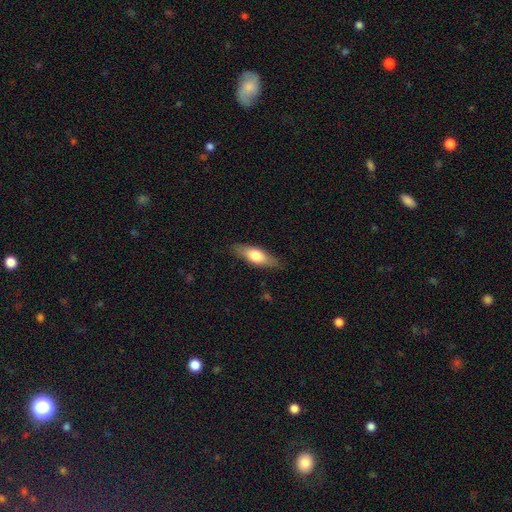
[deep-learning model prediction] Q: Smooth or featured?
A: smooth (64%); runner-up: featured or disk (30%)
Q: How rounded?
A: in between (58%); runner-up: cigar-shaped (39%)
Q: Merging?
A: none (83%); runner-up: minor disturbance (13%)